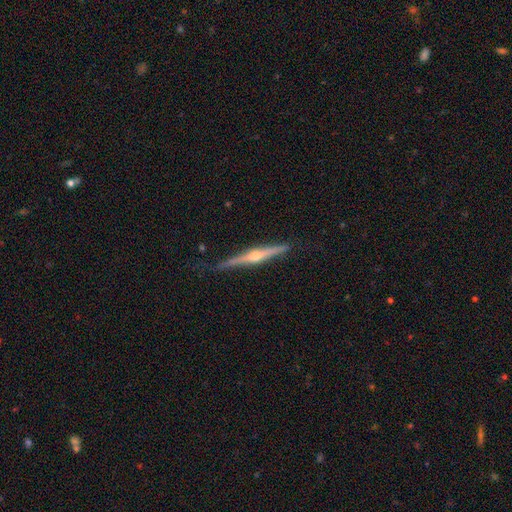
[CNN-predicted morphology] A featured or disk galaxy (79%) viewed edge-on (98%) with a rounded central bulge (92%).

Vote fractions:
- Smooth or featured? featured or disk: 79% / smooth: 16% / star or artifact: 5%
- Edge-on disk? yes: 98% / no: 2%
- Edge-on bulge? rounded: 92% / none: 5% / boxy: 3%
- Merging? none: 82% / minor disturbance: 14% / major disturbance: 3% / merger: 1%